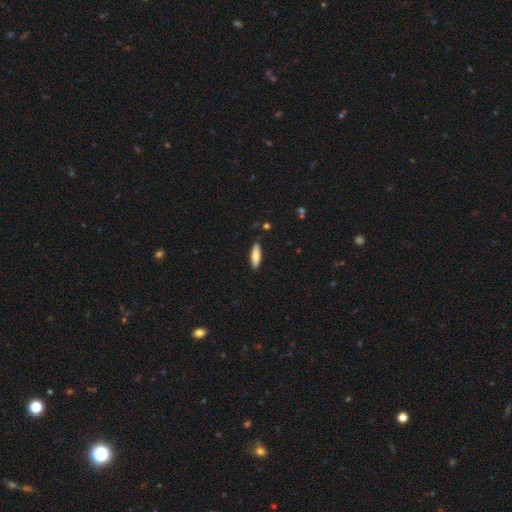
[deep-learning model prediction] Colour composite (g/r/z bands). It shows a smooth galaxy with no disk features (79%) that is cigar-shaped (52%). Merging: none (87%).